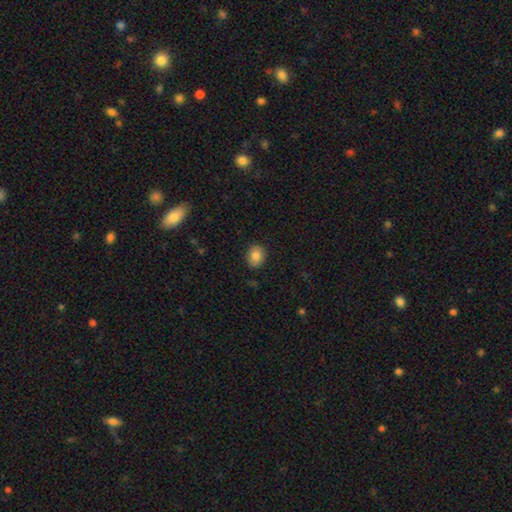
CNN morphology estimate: This is clearly a smooth galaxy (84%). How rounded: possibly in between (50%). Merging: clearly none (86%).